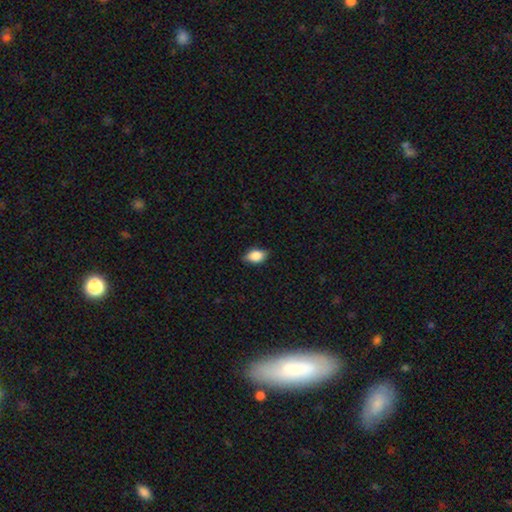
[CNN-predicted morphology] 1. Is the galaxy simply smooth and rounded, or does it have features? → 83% smooth, 9% featured or disk, 8% star or artifact.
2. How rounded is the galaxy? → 88% in between, 9% round, 4% cigar-shaped.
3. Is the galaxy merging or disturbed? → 82% none, 15% minor disturbance, 3% major disturbance, 1% merger.